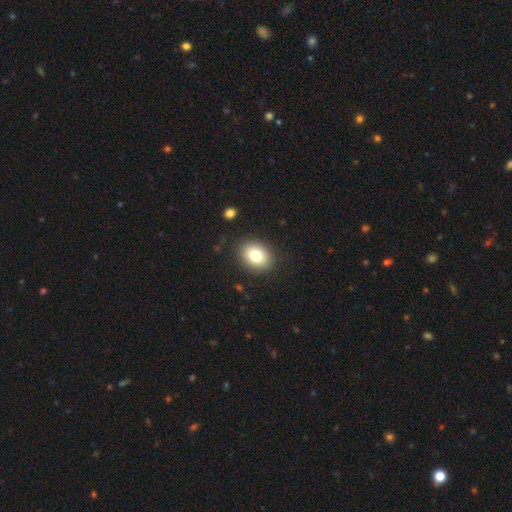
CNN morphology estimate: Smooth or featured? smooth (79%)
How rounded? in between (59%)
Merging? none (88%)